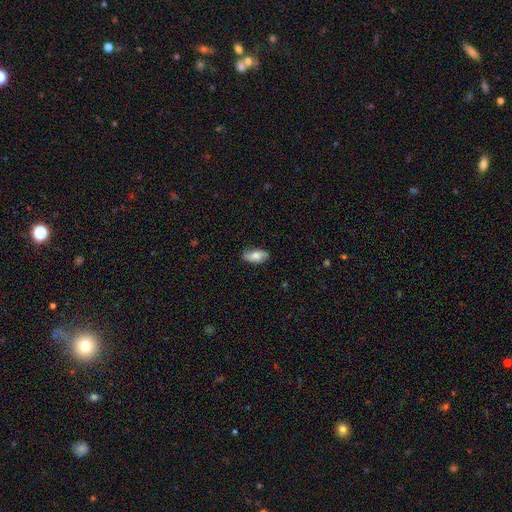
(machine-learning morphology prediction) type=smooth (70%); roundness=in between (89%); merging=none (80%).